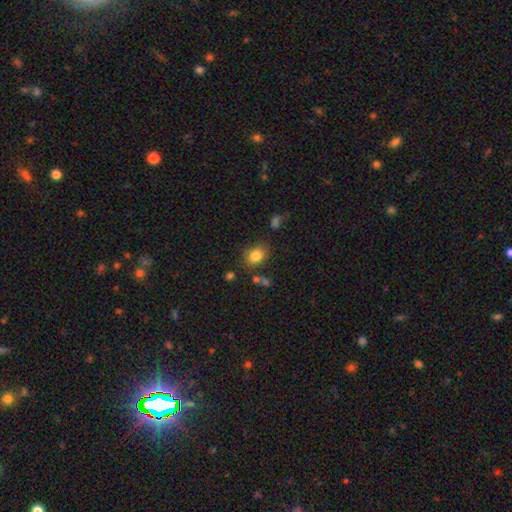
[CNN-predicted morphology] The model was most divided on "how rounded": in between: 61%, round: 38%, cigar-shaped: 1%. More confident: smooth or featured — smooth (83%); merging — none (75%).